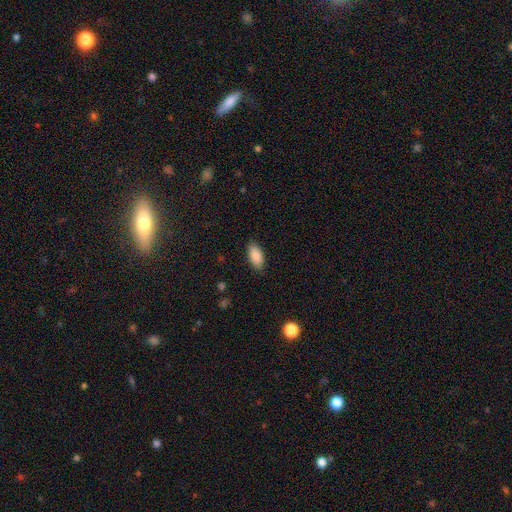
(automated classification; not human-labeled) Morphology: type=smooth (89%); roundness=in between (91%); merging=none (86%).